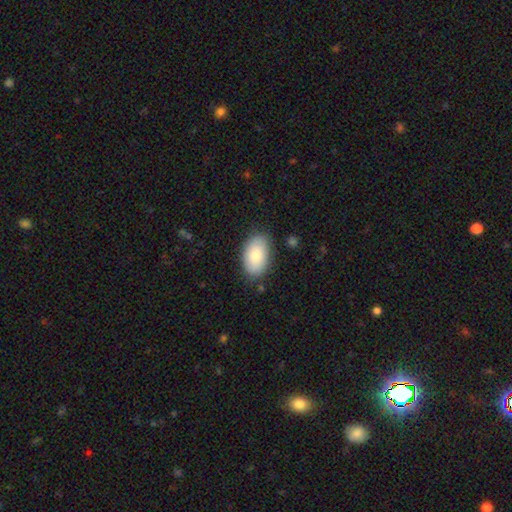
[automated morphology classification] Smooth or featured: smooth — 84% (featured or disk — 10%)
How rounded: in between — 94% (round — 5%)
Merging: none — 81% (minor disturbance — 14%)